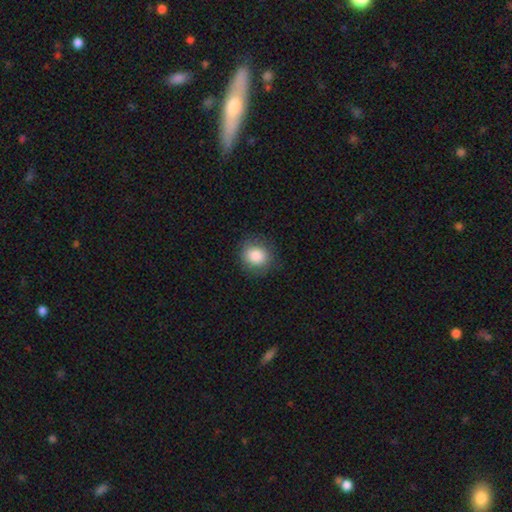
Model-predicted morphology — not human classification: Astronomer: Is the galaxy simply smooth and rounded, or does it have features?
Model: smooth — 86%.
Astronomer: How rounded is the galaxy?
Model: round — 84%.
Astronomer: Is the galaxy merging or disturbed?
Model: none — 85%.